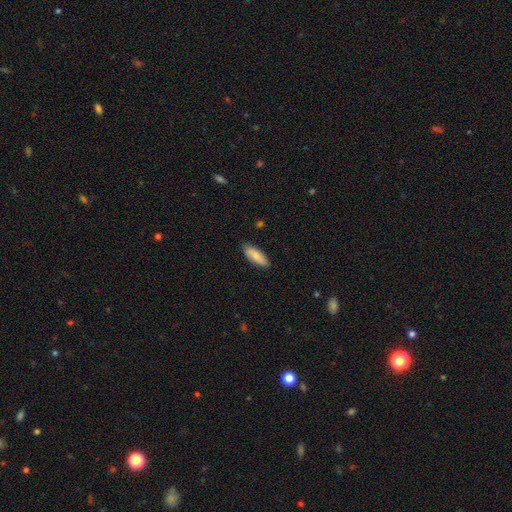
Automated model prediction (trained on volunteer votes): Q: Smooth or featured?
A: smooth (80%); runner-up: featured or disk (14%)
Q: How rounded?
A: in between (69%); runner-up: cigar-shaped (29%)
Q: Merging?
A: none (86%); runner-up: minor disturbance (11%)